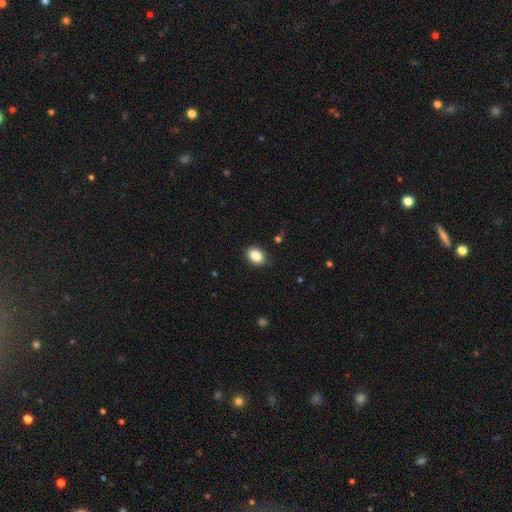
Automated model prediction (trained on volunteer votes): Morphology: type=smooth (86%); roundness=in between (73%); merging=none (82%).